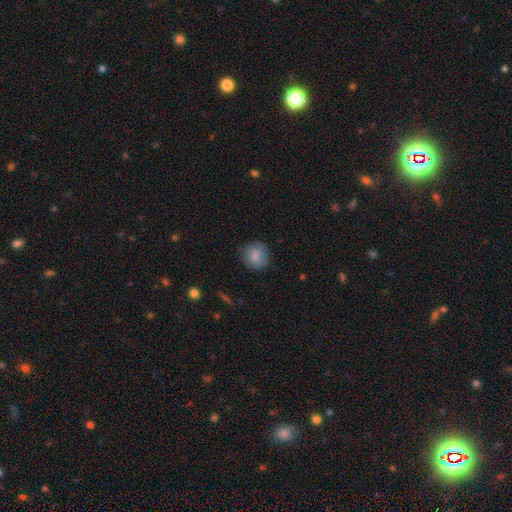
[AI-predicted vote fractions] A smooth galaxy with no disk features (83%) that is round (87%).

Vote fractions:
- Smooth or featured? smooth: 83% / featured or disk: 9% / star or artifact: 8%
- How rounded? round: 87% / in between: 12% / cigar-shaped: 1%
- Merging? none: 83% / minor disturbance: 13% / major disturbance: 4% / merger: 1%